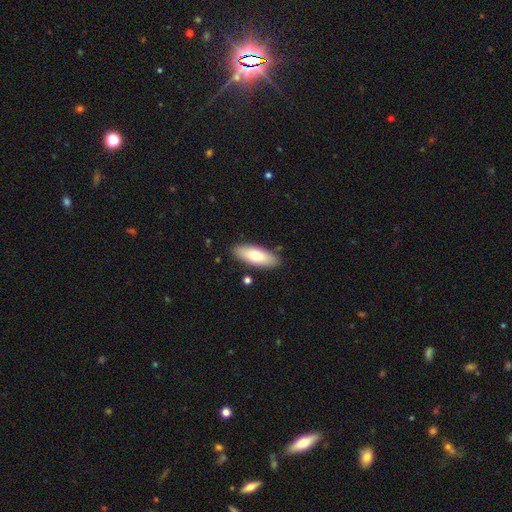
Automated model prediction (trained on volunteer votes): Smooth or featured? smooth (73%)
How rounded? in between (68%)
Merging? none (85%)